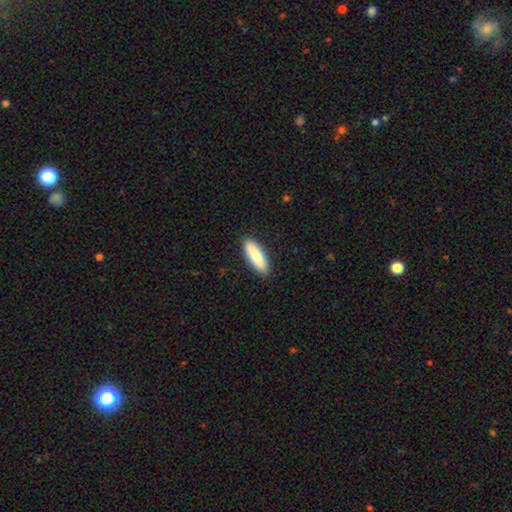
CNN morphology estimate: Smooth or featured: smooth — 83% (featured or disk — 11%)
How rounded: in between — 55% (cigar-shaped — 44%)
Merging: none — 89% (minor disturbance — 9%)